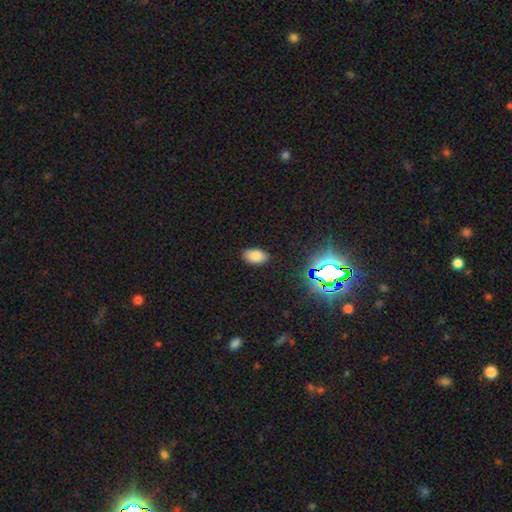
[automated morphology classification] Smooth or featured?
  - smooth: 79% *
  - star or artifact: 15%
  - featured or disk: 6%
How rounded?
  - in between: 92% *
  - round: 6%
  - cigar-shaped: 2%
Merging?
  - none: 85% *
  - minor disturbance: 11%
  - major disturbance: 3%
  - merger: 1%